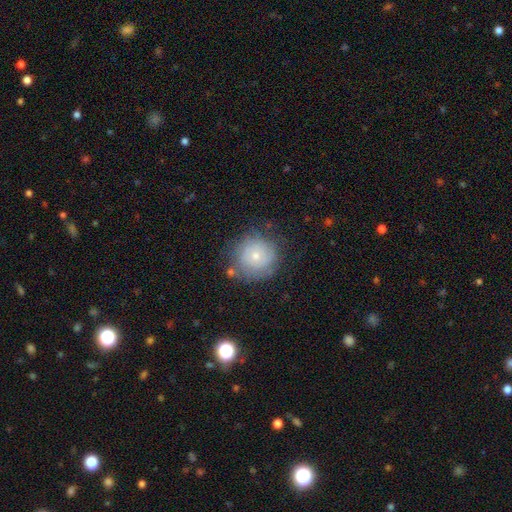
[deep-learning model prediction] Smooth or featured?
  - smooth: 60% *
  - featured or disk: 31%
  - star or artifact: 9%
How rounded?
  - round: 92% *
  - in between: 7%
  - cigar-shaped: 1%
Merging?
  - none: 71% *
  - minor disturbance: 19%
  - major disturbance: 6%
  - merger: 4%